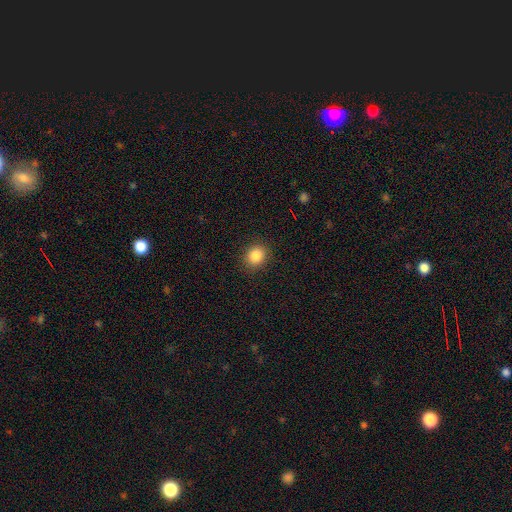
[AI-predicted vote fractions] smooth-or-featured: smooth: 86% | star or artifact: 10% | featured or disk: 4%
  how-rounded: round: 68% | in between: 31% | cigar-shaped: 1%
  merging: none: 89% | minor disturbance: 7% | major disturbance: 3% | merger: 1%